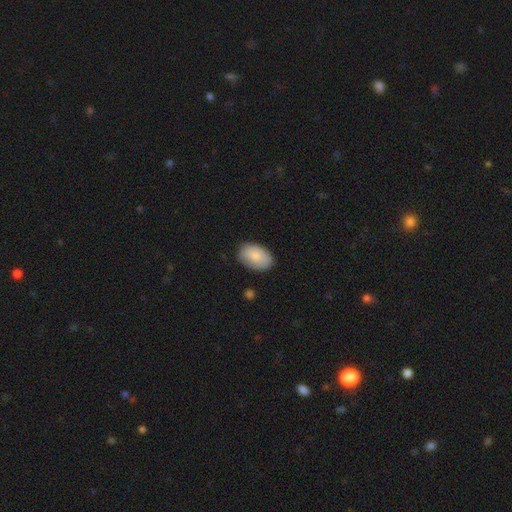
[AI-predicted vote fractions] Q: Smooth or featured?
A: smooth (86%); runner-up: featured or disk (8%)
Q: How rounded?
A: in between (93%); runner-up: round (6%)
Q: Merging?
A: none (84%); runner-up: minor disturbance (13%)